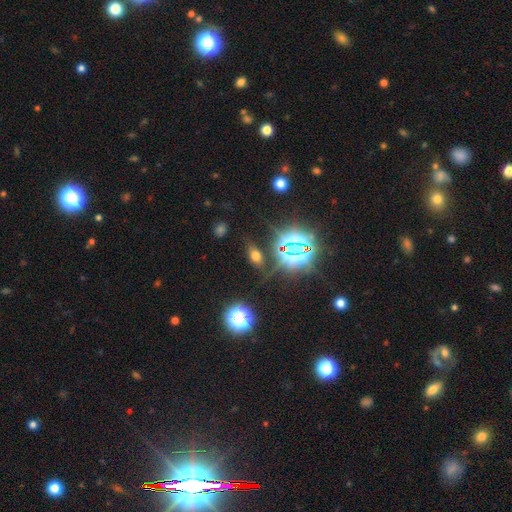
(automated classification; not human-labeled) This appears to be a smooth galaxy with no disk features (49%). Merging: none (79%).